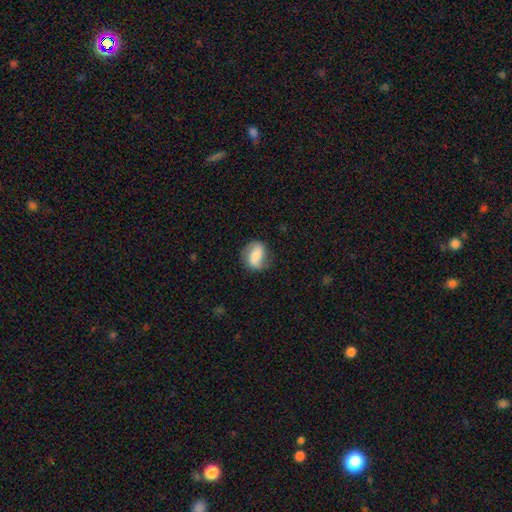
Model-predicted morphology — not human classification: Smooth or featured: smooth — 50% (featured or disk — 42%)
Merging: none — 73% (minor disturbance — 19%)